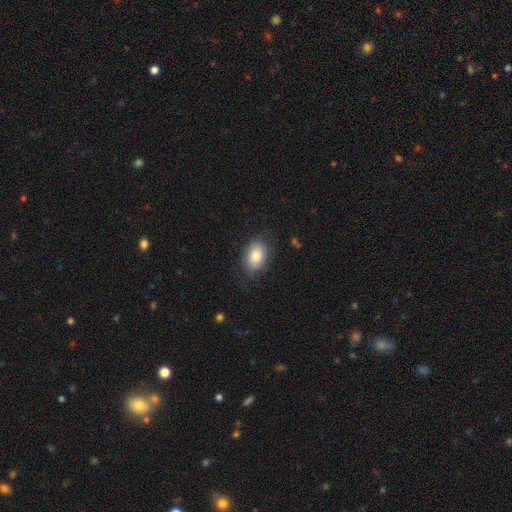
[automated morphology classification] type=smooth (83%); roundness=in between (83%); merging=none (78%).